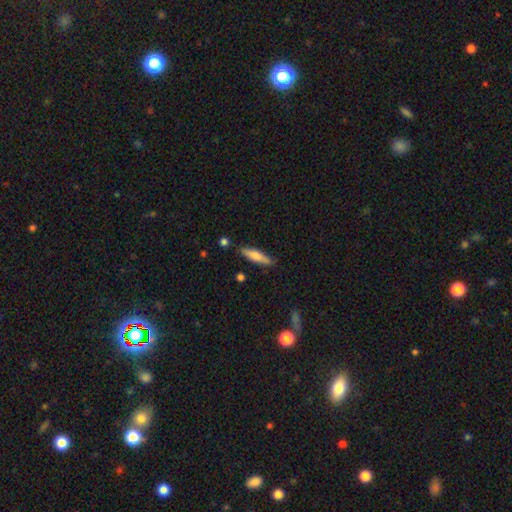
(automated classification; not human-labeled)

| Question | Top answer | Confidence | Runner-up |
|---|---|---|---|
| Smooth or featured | smooth | 69% | featured or disk (25%) |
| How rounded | cigar-shaped | 78% | in between (20%) |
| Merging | none | 82% | minor disturbance (13%) |